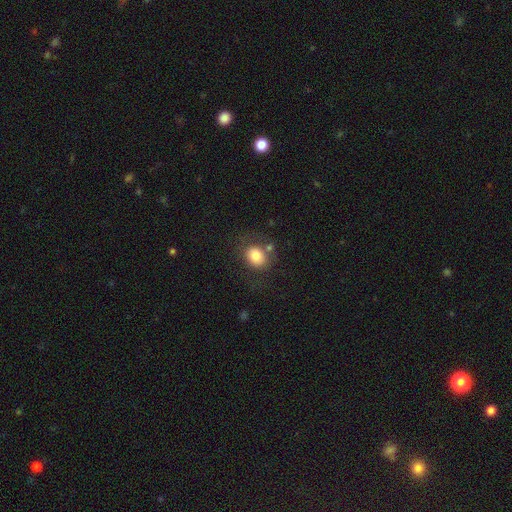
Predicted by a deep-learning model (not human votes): Q: Smooth or featured?
A: smooth (79%); runner-up: featured or disk (11%)
Q: How rounded?
A: round (62%); runner-up: in between (37%)
Q: Merging?
A: none (69%); runner-up: minor disturbance (15%)